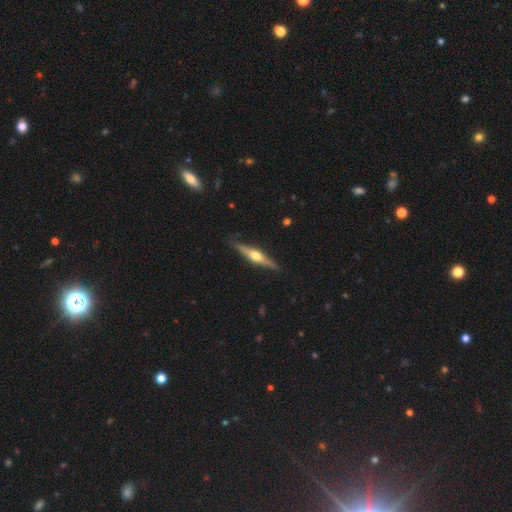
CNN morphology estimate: A featured or disk galaxy (68%) viewed edge-on (97%) with a rounded central bulge (93%). Merging: none (88%).